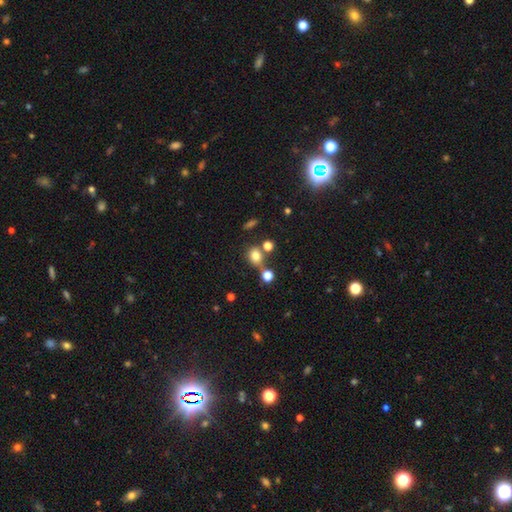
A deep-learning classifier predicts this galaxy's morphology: type=smooth (77%); roundness=round (63%); merging=none (60%).